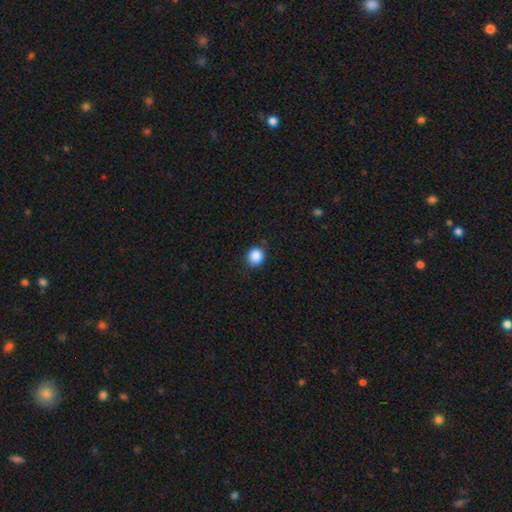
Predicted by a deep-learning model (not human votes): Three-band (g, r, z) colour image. It shows a smooth galaxy with no disk features (87%) that is round (84%). Merging: none (85%).